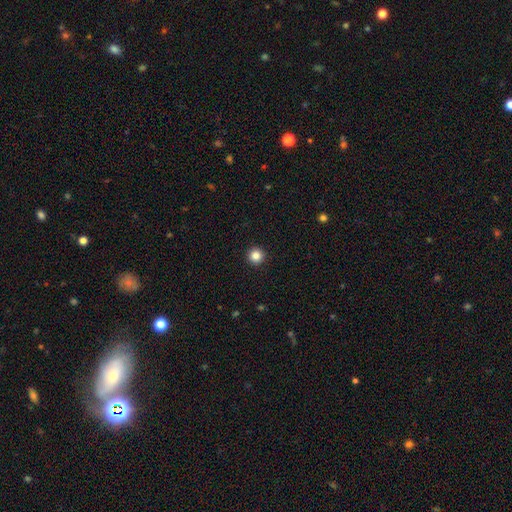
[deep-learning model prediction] A smooth galaxy with no disk features (85%) that is round (96%). Merging: none (94%).